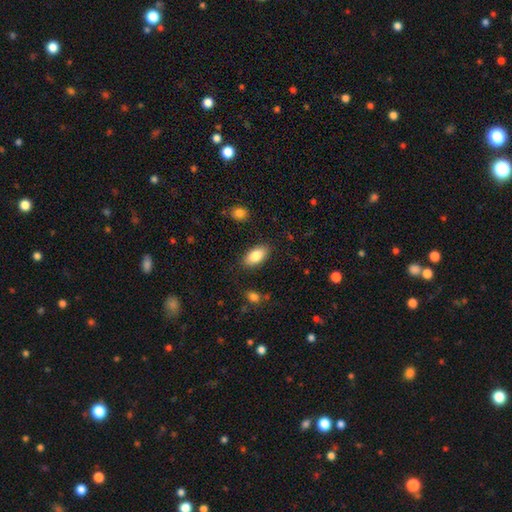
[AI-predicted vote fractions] A smooth galaxy with no disk features (84%) that is in between round and cigar-shaped (92%). Merging: none (85%).